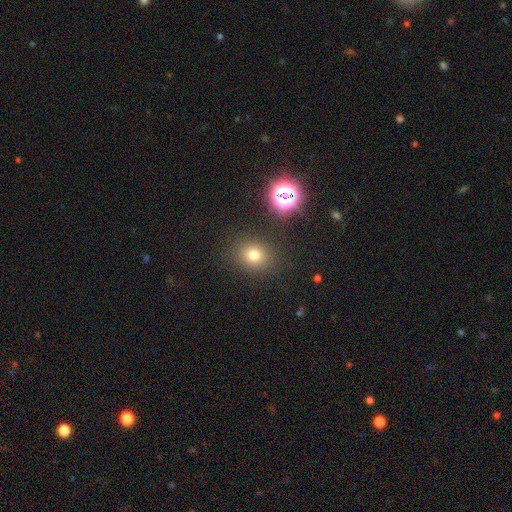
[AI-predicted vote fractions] smooth-or-featured: smooth: 60% | star or artifact: 33% | featured or disk: 7%
  how-rounded: round: 73% | in between: 26% | cigar-shaped: 1%
  merging: none: 87% | minor disturbance: 6% | merger: 4% | major disturbance: 2%